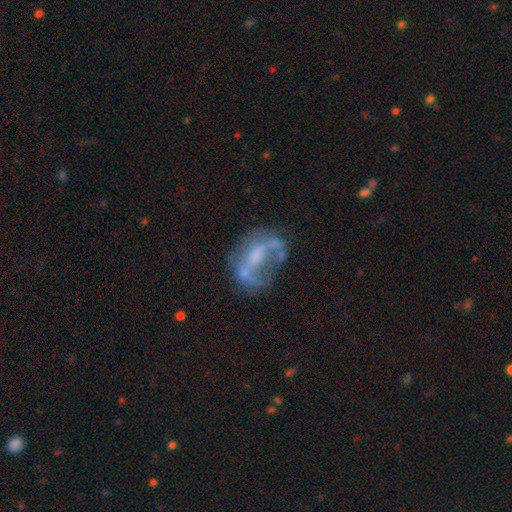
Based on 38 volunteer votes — Smooth or featured? featured or disk (74%)
Edge-on disk? no (93%)
Bar? no (38%)
Spiral arms? yes (50%, tied with no)
Spiral winding? loose (62%)
Spiral arm count? 2 (69%)
Bulge size? none (42%)
Merging? none (35%)